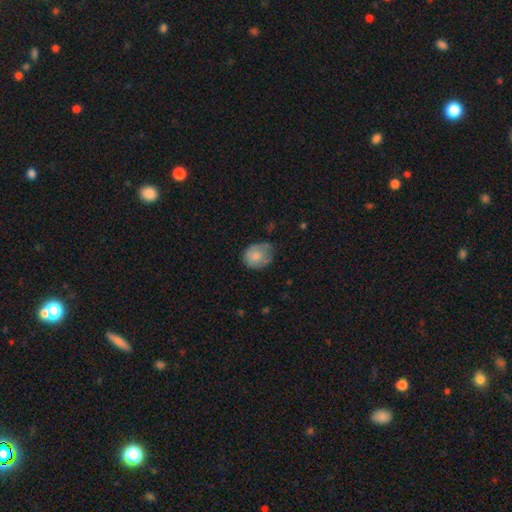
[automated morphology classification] Smooth or featured? Predicted: smooth (p=0.73). How rounded? Predicted: round (p=0.62). Merging? Predicted: none (p=0.50).